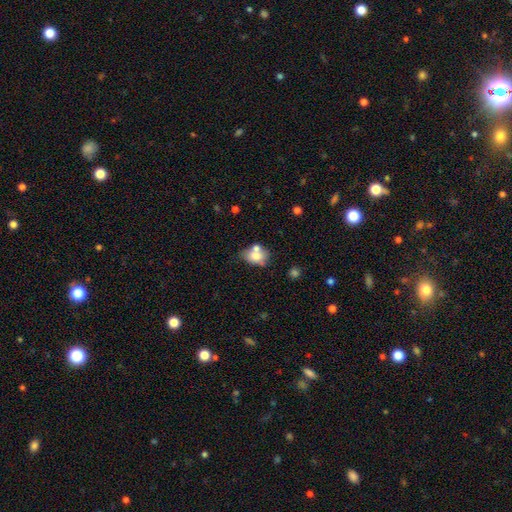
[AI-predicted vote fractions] Smooth or featured? smooth (70%)
How rounded? in between (68%)
Merging? none (41%)